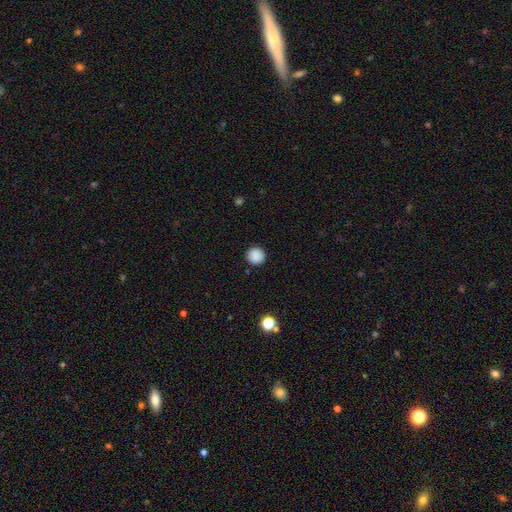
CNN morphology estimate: smooth-or-featured: smooth: 88% | star or artifact: 9% | featured or disk: 2%
  how-rounded: round: 94% | in between: 5% | cigar-shaped: 1%
  merging: none: 91% | minor disturbance: 6% | major disturbance: 2% | merger: 1%